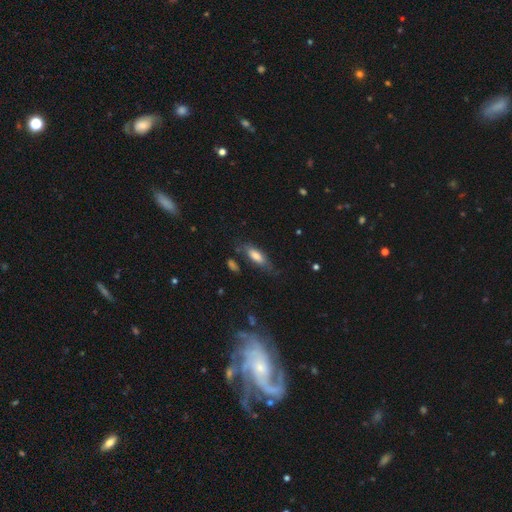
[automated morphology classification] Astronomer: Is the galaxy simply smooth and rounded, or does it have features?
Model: smooth — 70%.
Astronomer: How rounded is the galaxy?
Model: in between — 60% (runner-up: cigar-shaped, 37%).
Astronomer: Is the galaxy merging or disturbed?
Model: none — 63%.